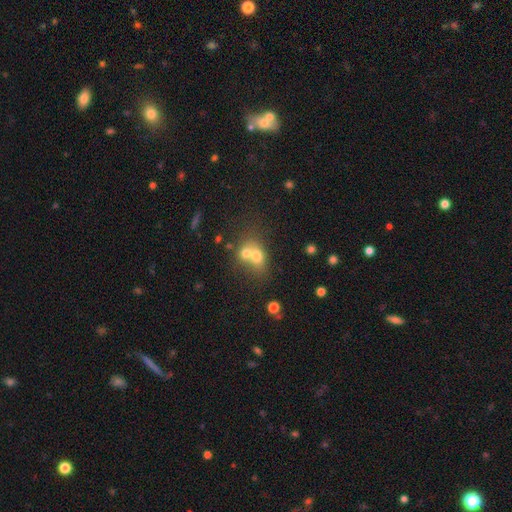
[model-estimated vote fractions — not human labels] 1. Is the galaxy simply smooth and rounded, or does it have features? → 63% smooth, 23% featured or disk, 14% star or artifact.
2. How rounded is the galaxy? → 53% round, 45% in between, 1% cigar-shaped.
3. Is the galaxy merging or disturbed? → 64% merger, 25% none, 7% minor disturbance, 4% major disturbance.